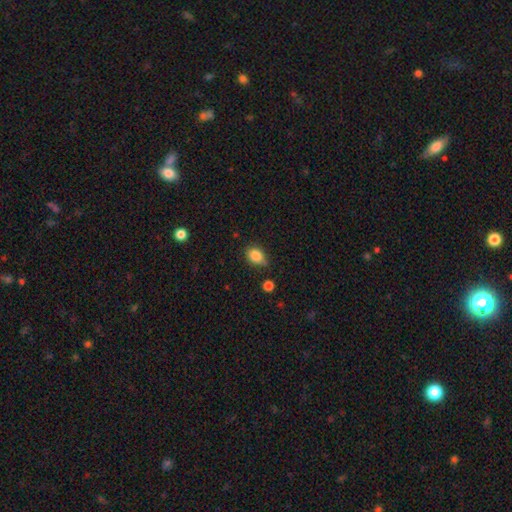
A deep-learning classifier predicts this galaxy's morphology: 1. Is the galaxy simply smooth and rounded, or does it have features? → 84% smooth, 9% star or artifact, 7% featured or disk.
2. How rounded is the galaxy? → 66% in between, 32% round, 2% cigar-shaped.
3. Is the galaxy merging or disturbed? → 59% none, 32% minor disturbance, 6% major disturbance, 3% merger.